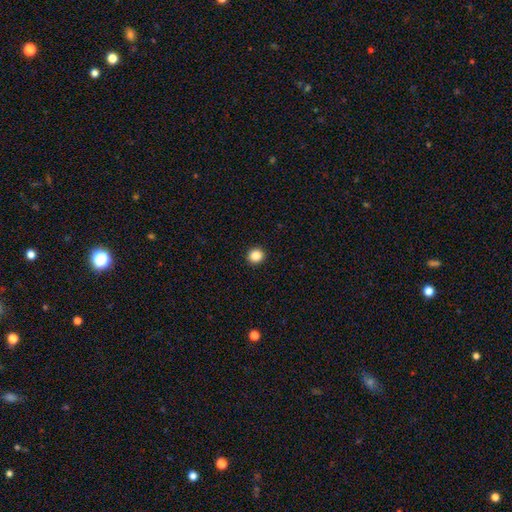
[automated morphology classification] type=smooth (87%); roundness=round (91%); merging=none (93%).